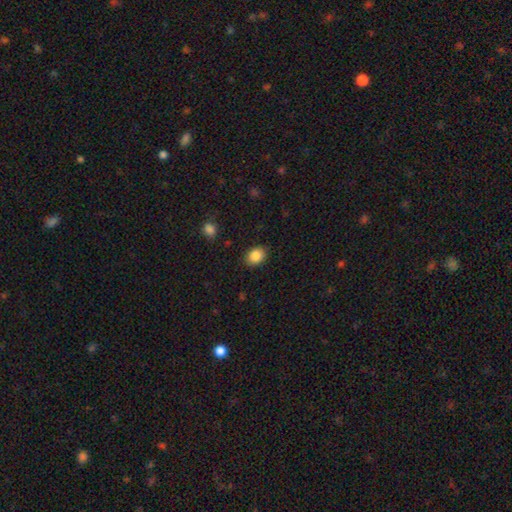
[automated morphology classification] type=smooth (87%); roundness=in between (63%); merging=none (87%).